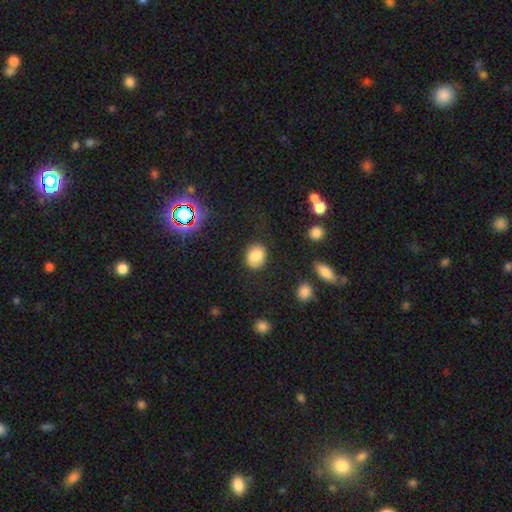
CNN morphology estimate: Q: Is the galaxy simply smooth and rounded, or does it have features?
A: smooth — 81%.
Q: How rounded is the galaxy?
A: in between — 51%.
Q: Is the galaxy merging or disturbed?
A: none — 78%.